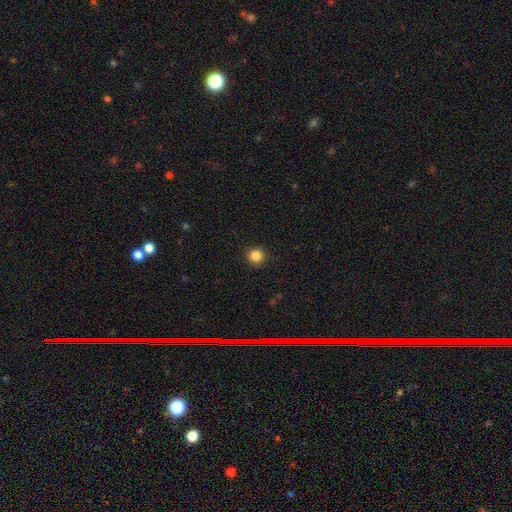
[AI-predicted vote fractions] Q: Smooth or featured?
A: smooth (85%); runner-up: star or artifact (11%)
Q: How rounded?
A: round (94%); runner-up: in between (5%)
Q: Merging?
A: none (91%); runner-up: minor disturbance (6%)